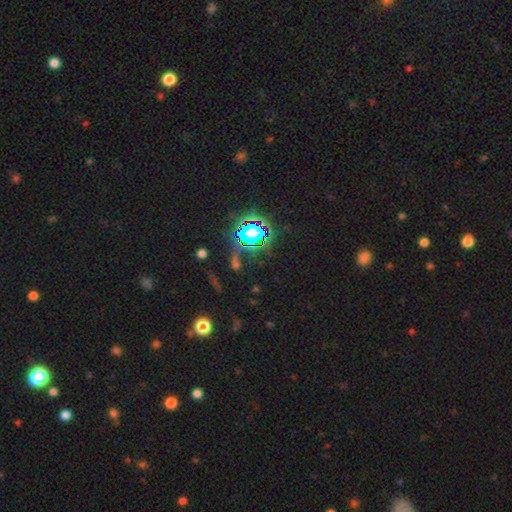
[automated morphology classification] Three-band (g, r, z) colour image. It shows a star or artifact, not a galaxy (81%).